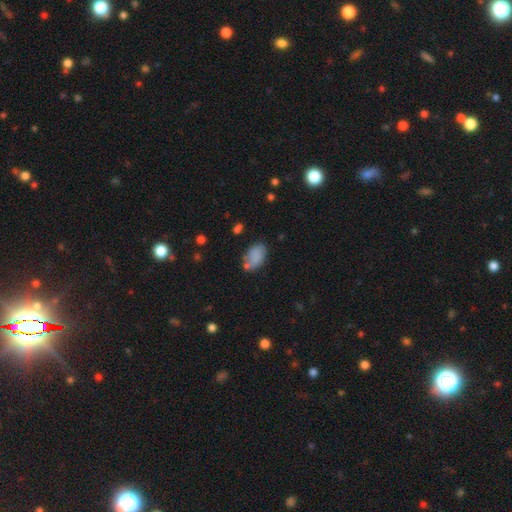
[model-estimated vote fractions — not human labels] Smooth or featured: smooth — 79% (featured or disk — 12%)
How rounded: in between — 92% (round — 7%)
Merging: none — 59% (minor disturbance — 22%)